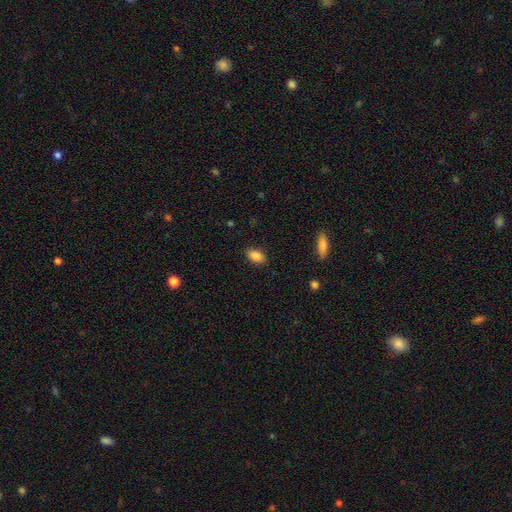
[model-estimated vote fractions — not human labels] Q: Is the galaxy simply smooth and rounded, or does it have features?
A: smooth — 87%.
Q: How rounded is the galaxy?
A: in between — 91%.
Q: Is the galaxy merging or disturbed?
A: none — 87%.